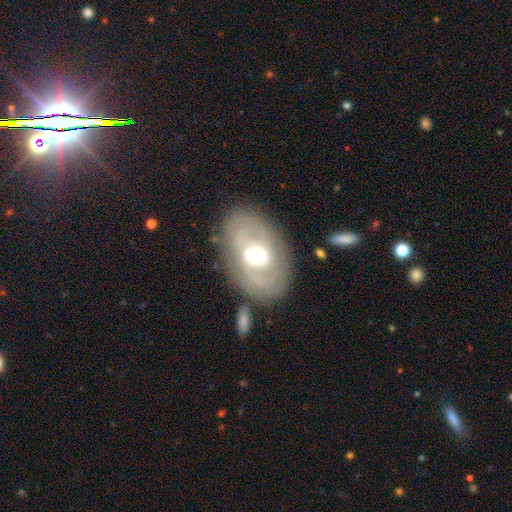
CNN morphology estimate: Smooth or featured?
  - featured or disk: 66% *
  - smooth: 27%
  - star or artifact: 7%
Edge-on disk?
  - no: 93% *
  - yes: 7%
Bar?
  - weak: 42% *
  - no: 38%
  - strong: 20%
Spiral arms?
  - yes: 55% *
  - no: 45%
Bulge size?
  - moderate: 68% *
  - large: 17%
  - small: 12%
  - dominant: 2%
  - none: 1%
Merging?
  - none: 79% *
  - minor disturbance: 12%
  - major disturbance: 5%
  - merger: 4%